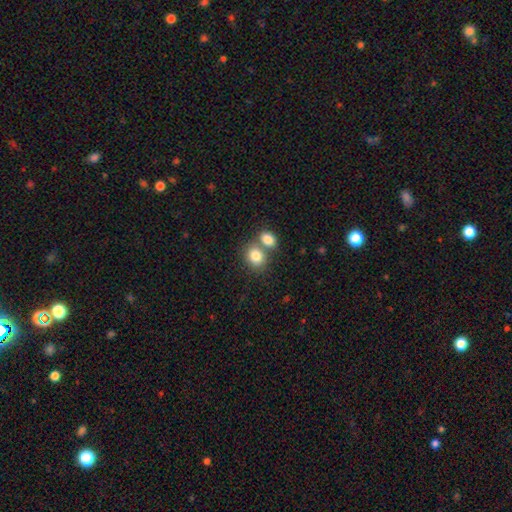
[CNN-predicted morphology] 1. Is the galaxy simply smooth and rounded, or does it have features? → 82% smooth, 9% star or artifact, 9% featured or disk.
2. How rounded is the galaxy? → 60% round, 39% in between, 1% cigar-shaped.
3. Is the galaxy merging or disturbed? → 47% merger, 42% none, 8% minor disturbance, 3% major disturbance.